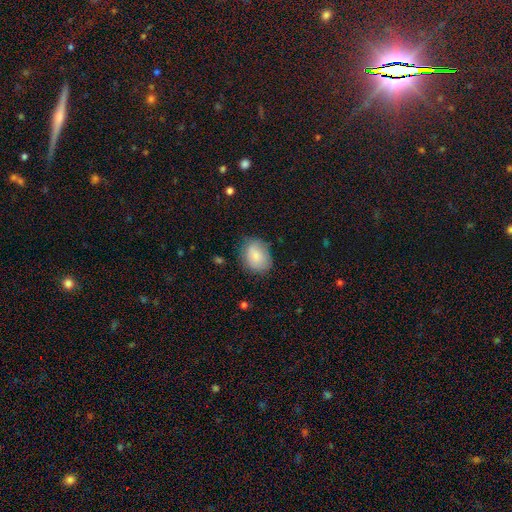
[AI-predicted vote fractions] A smooth galaxy with no disk features (82%) that is in between round and cigar-shaped (65%).

Vote fractions:
- Smooth or featured? smooth: 82% / featured or disk: 11% / star or artifact: 7%
- How rounded? in between: 65% / round: 34% / cigar-shaped: 1%
- Merging? none: 71% / minor disturbance: 22% / major disturbance: 5% / merger: 2%